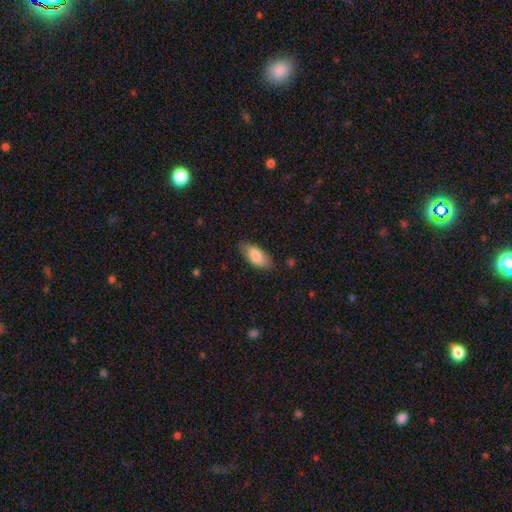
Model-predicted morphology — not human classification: Q: Smooth or featured?
A: smooth (82%); runner-up: featured or disk (12%)
Q: How rounded?
A: in between (89%); runner-up: cigar-shaped (9%)
Q: Merging?
A: none (81%); runner-up: minor disturbance (15%)